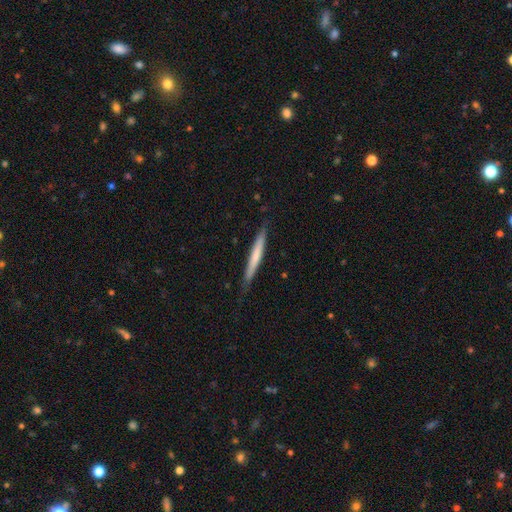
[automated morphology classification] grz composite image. It shows a smooth galaxy with no disk features (58%) that is cigar-shaped (96%). Merging: none (82%).